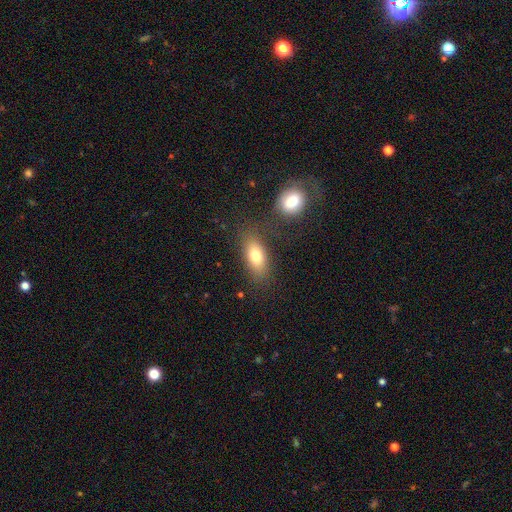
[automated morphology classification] Smooth or featured: smooth — 75% (featured or disk — 15%)
How rounded: in between — 82% (cigar-shaped — 10%)
Merging: none — 73% (minor disturbance — 13%)